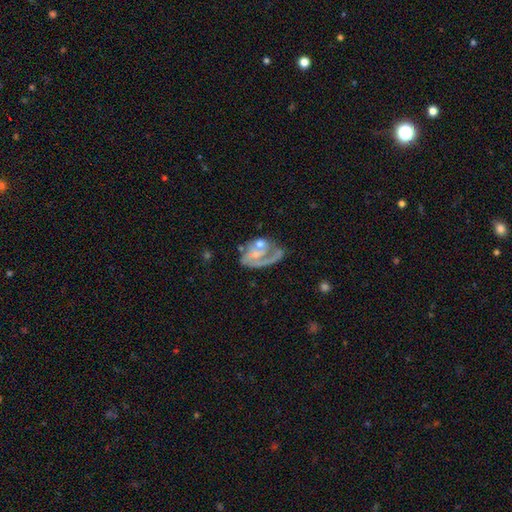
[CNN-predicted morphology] This appears to be a featured or disk galaxy (71%) with no bar (71%), spiral arms (68%) and a small central bulge (39%). Merging: none (33%).